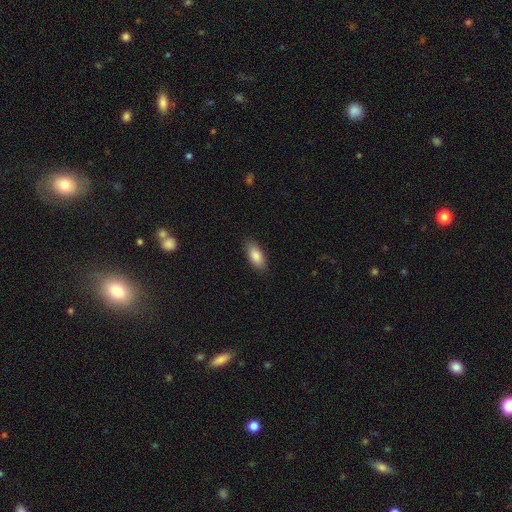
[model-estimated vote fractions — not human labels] A smooth galaxy with no disk features (87%) that is in between round and cigar-shaped (88%).

Vote fractions:
- Smooth or featured? smooth: 87% / featured or disk: 7% / star or artifact: 6%
- How rounded? in between: 88% / cigar-shaped: 10% / round: 2%
- Merging? none: 87% / minor disturbance: 10% / major disturbance: 2% / merger: 1%